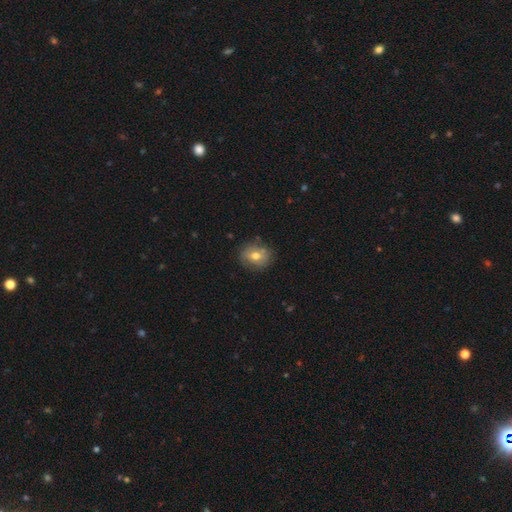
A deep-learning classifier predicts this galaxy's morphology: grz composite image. It shows a smooth galaxy with no disk features (65%) that is round (63%). Merging: none (78%).